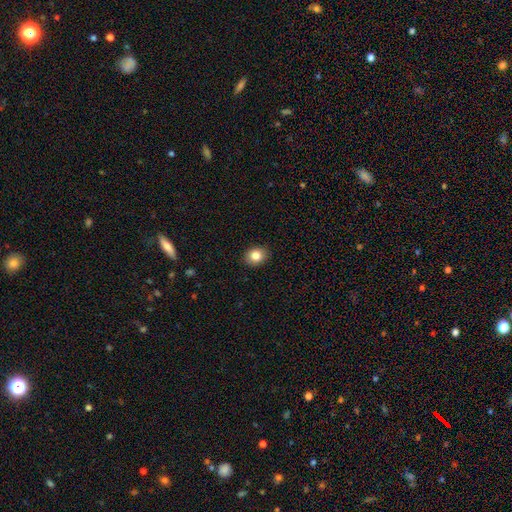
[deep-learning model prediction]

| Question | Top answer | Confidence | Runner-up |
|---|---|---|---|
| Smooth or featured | smooth | 83% | star or artifact (10%) |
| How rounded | round | 53% | in between (46%) |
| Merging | none | 90% | minor disturbance (7%) |